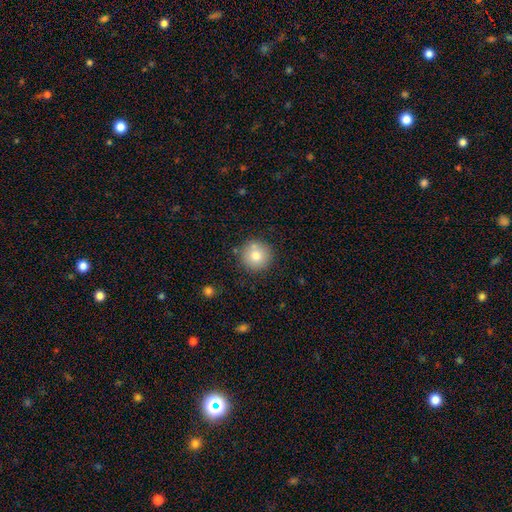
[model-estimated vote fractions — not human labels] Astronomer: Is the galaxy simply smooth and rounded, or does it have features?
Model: smooth — 77%.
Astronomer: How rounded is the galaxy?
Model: round — 96%.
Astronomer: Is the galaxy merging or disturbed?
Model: none — 83%.